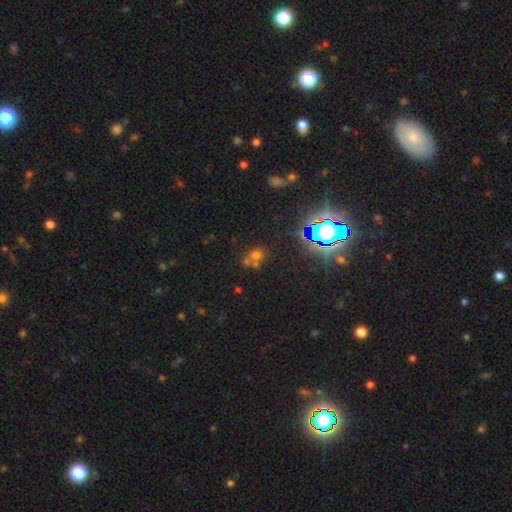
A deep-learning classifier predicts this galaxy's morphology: Smooth or featured?
  - smooth: 50% *
  - star or artifact: 39%
  - featured or disk: 12%
Merging?
  - none: 52% *
  - merger: 32%
  - minor disturbance: 10%
  - major disturbance: 6%